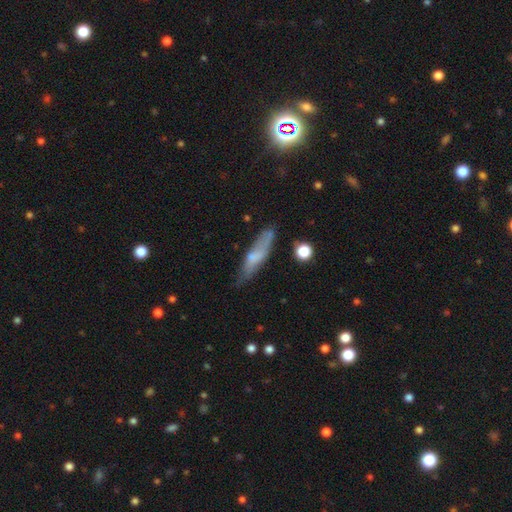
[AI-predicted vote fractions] smooth 59%, featured or disk 33%, star or artifact 8%. Down the decision tree: how rounded — cigar-shaped (76%); merging — none (66%).